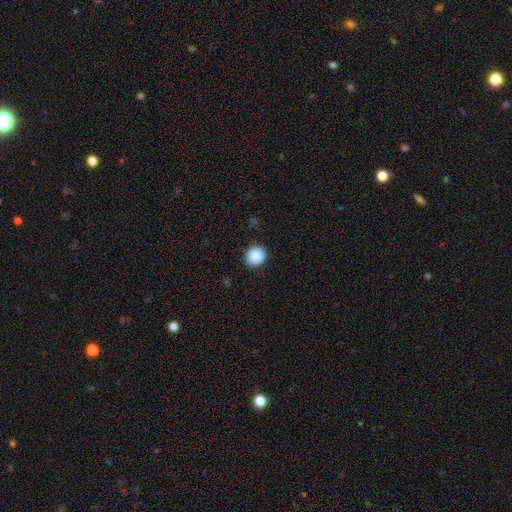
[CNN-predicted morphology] A smooth galaxy with no disk features (89%) that is round (90%). Merging: none (90%).